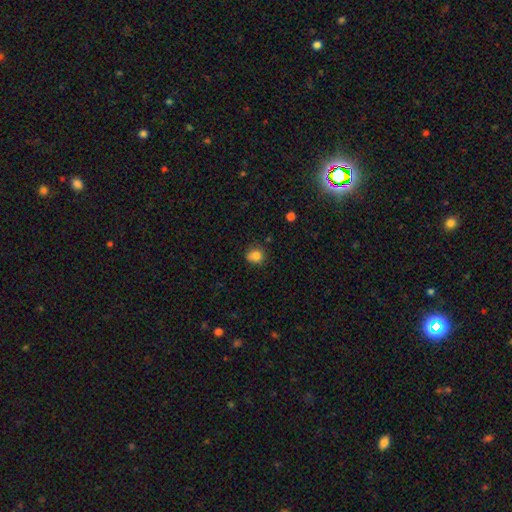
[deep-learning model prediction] A smooth galaxy with no disk features (82%) that is round (79%).

Vote fractions:
- Smooth or featured? smooth: 82% / star or artifact: 11% / featured or disk: 6%
- How rounded? round: 79% / in between: 20% / cigar-shaped: 1%
- Merging? none: 68% / minor disturbance: 23% / major disturbance: 5% / merger: 4%